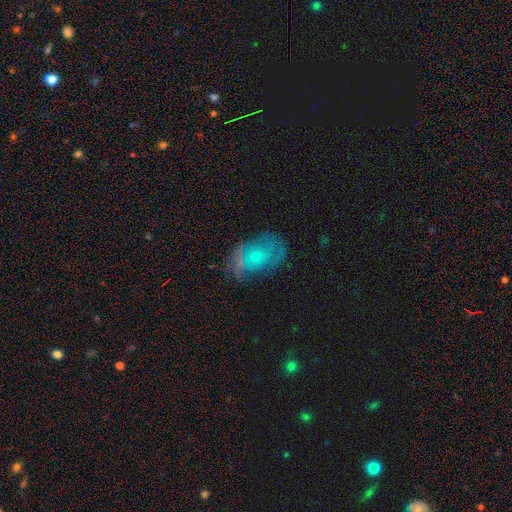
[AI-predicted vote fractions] A featured or disk galaxy (52%). Merging: none (54%).